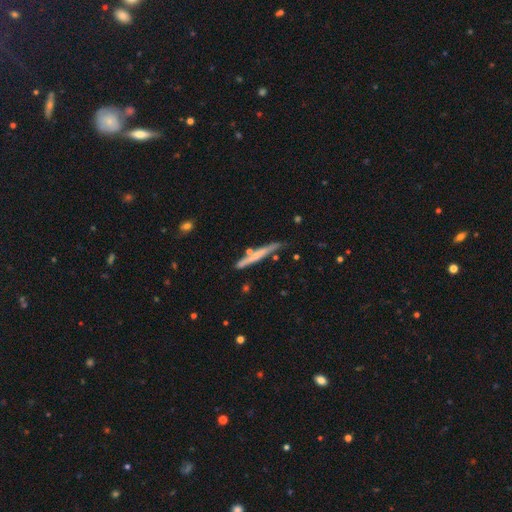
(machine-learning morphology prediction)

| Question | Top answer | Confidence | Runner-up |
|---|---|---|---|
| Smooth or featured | featured or disk | 48% | smooth (46%) |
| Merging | none | 73% | minor disturbance (17%) |